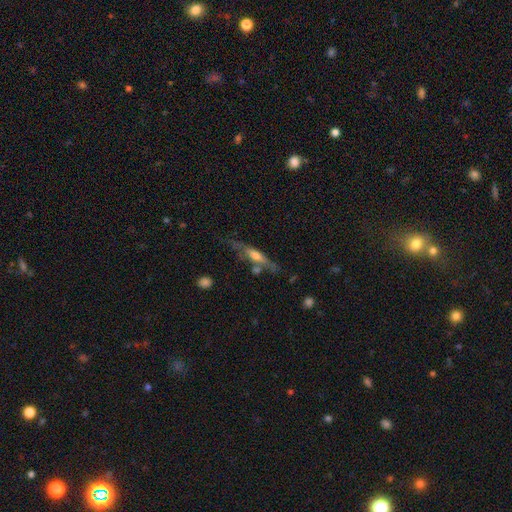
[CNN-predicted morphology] featured or disk 59%, smooth 35%, star or artifact 6%. Down the decision tree: edge-on disk — yes (83%); merging — none (55%).